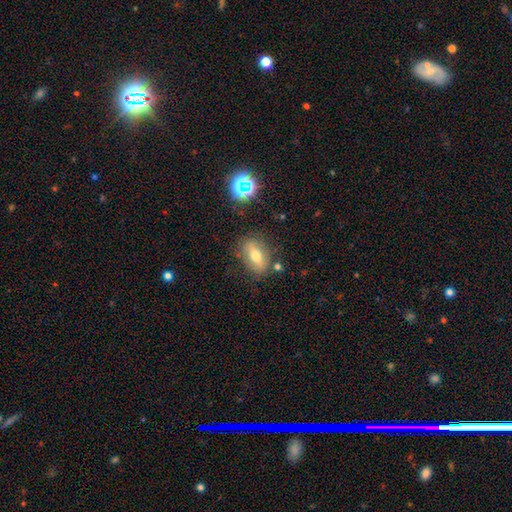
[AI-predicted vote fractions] This appears to be a smooth galaxy with no disk features (59%) that is in between round and cigar-shaped (74%). Merging: none (77%).